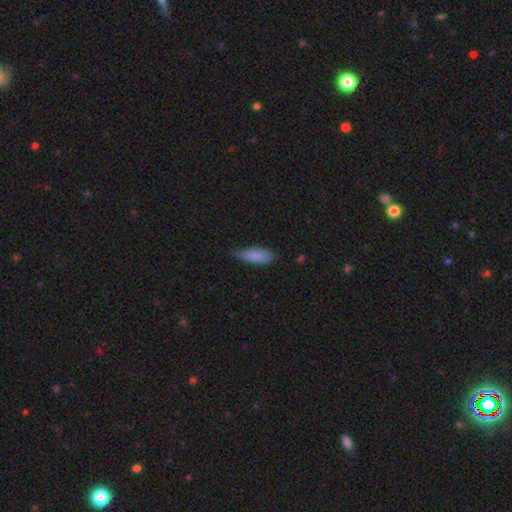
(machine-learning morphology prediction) Q: Smooth or featured?
A: smooth (83%); runner-up: featured or disk (11%)
Q: How rounded?
A: in between (70%); runner-up: cigar-shaped (28%)
Q: Merging?
A: none (52%); runner-up: minor disturbance (39%)